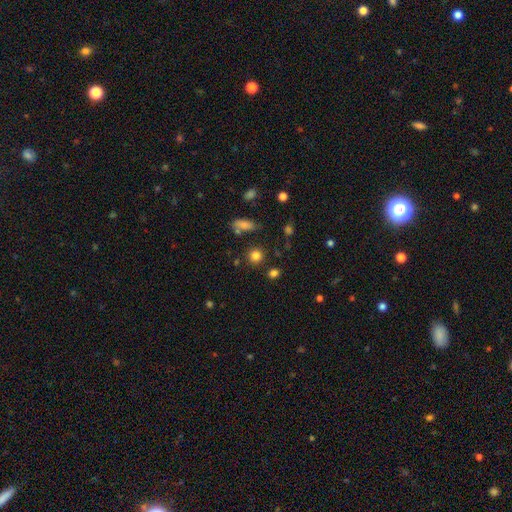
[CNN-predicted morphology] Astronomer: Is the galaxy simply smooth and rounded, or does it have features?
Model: smooth — 82%.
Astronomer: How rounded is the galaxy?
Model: round — 89%.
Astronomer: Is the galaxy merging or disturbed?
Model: none — 83%.